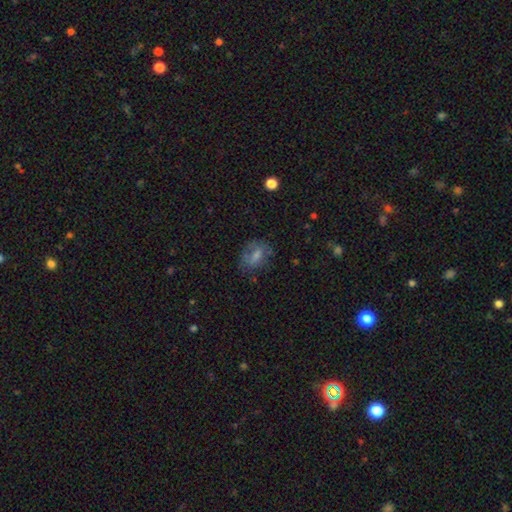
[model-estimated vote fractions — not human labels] A smooth galaxy with no disk features (61%) that is in between round and cigar-shaped (71%).

Vote fractions:
- Smooth or featured? smooth: 61% / featured or disk: 27% / star or artifact: 12%
- How rounded? in between: 71% / round: 25% / cigar-shaped: 4%
- Merging? none: 55% / minor disturbance: 24% / major disturbance: 17% / merger: 3%